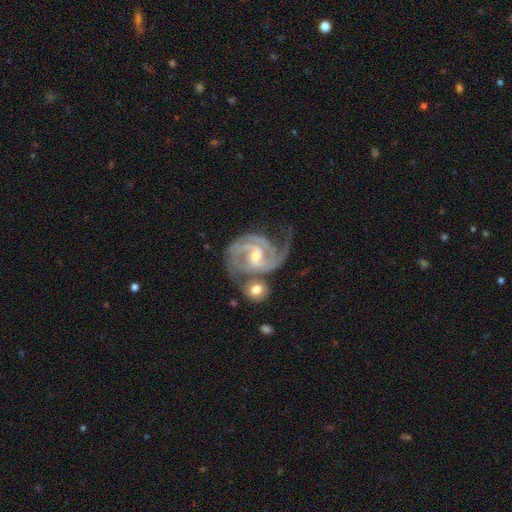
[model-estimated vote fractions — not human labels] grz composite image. It shows a featured or disk galaxy (92%) with a weak bar (48%), 2 (57%) tight (51%) spiral arms (98%) and a moderate central bulge (49%). Merging: none (44%).